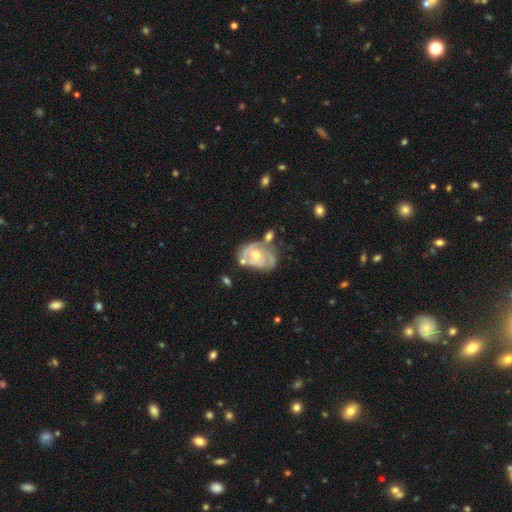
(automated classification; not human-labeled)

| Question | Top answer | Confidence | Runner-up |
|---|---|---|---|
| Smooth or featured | featured or disk | 77% | smooth (17%) |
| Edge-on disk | no | 96% | yes (4%) |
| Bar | no | 64% | weak (29%) |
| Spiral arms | yes | 79% | no (21%) |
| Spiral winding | tight | 53% | medium (35%) |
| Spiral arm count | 2 | 39% | can't tell (34%) |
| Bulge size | moderate | 58% | small (38%) |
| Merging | none | 39% | minor disturbance (26%) |